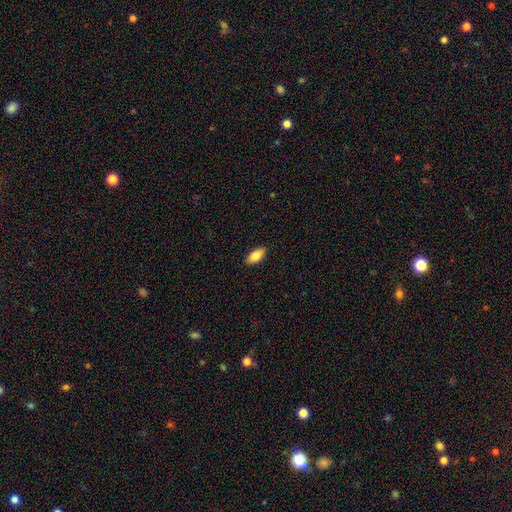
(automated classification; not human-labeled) Smooth or featured?
  - smooth: 83% *
  - featured or disk: 11%
  - star or artifact: 7%
How rounded?
  - in between: 89% *
  - cigar-shaped: 9%
  - round: 2%
Merging?
  - none: 89% *
  - minor disturbance: 8%
  - major disturbance: 2%
  - merger: 1%